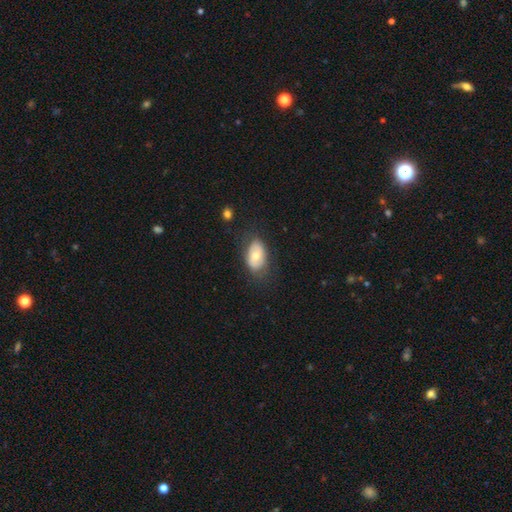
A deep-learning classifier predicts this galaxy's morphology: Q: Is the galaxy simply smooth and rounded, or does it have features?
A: smooth — 60%.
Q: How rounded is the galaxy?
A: in between — 89%.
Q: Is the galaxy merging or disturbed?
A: none — 73%.